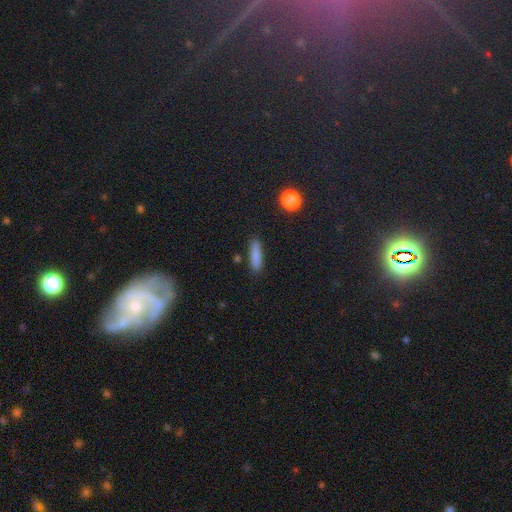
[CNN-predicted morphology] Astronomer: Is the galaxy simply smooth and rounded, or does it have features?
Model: smooth — 83%.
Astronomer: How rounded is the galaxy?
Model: cigar-shaped — 70%.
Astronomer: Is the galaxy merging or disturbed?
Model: none — 86%.